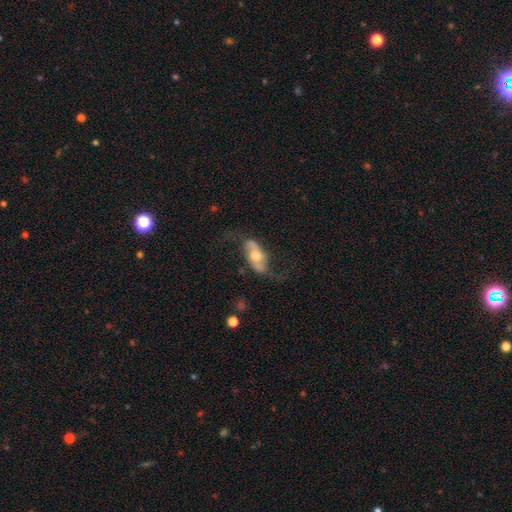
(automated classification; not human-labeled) This appears to be a featured or disk galaxy (73%) with no bar (50%), 2 (91%) loose (75%) spiral arms (85%) and a moderate central bulge (72%). Merging: none (63%).